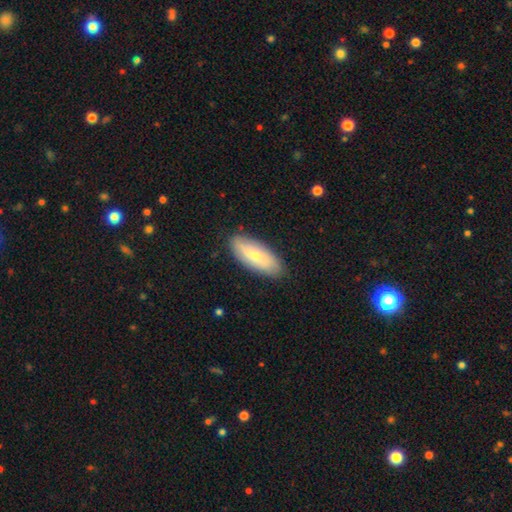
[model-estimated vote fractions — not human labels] smooth-or-featured: smooth: 63% | featured or disk: 31% | star or artifact: 6%
  how-rounded: in between: 80% | cigar-shaped: 17% | round: 2%
  merging: none: 83% | minor disturbance: 13% | major disturbance: 3% | merger: 1%